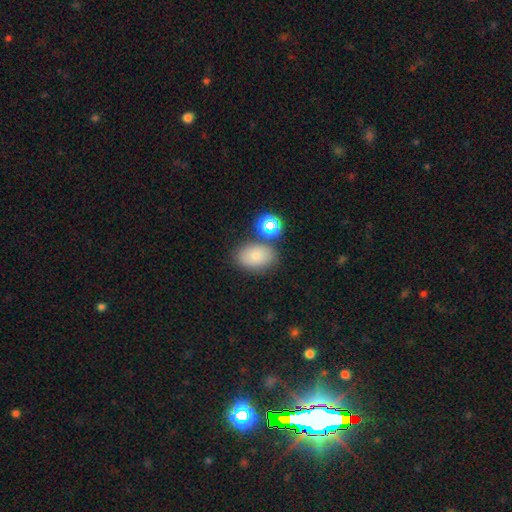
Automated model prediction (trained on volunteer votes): This appears to be a smooth galaxy with no disk features (73%) that is in between round and cigar-shaped (77%). Merging: none (73%).